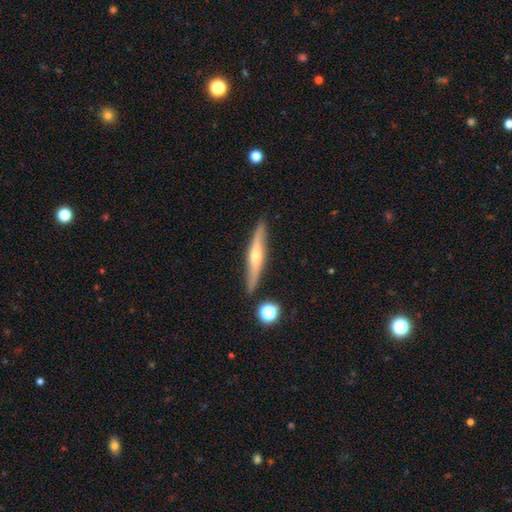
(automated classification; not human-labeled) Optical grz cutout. It shows a featured or disk galaxy (63%) viewed edge-on (93%) with a rounded central bulge (84%). Merging: none (85%).